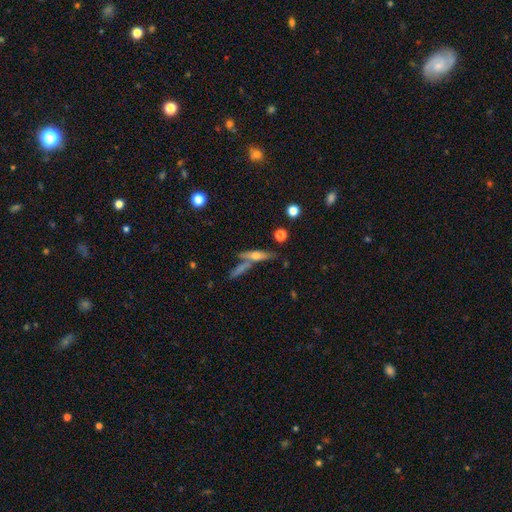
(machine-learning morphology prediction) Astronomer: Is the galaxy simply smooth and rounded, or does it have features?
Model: featured or disk — 46% (runner-up: smooth, 45%).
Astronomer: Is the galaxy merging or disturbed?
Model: none — 60%.